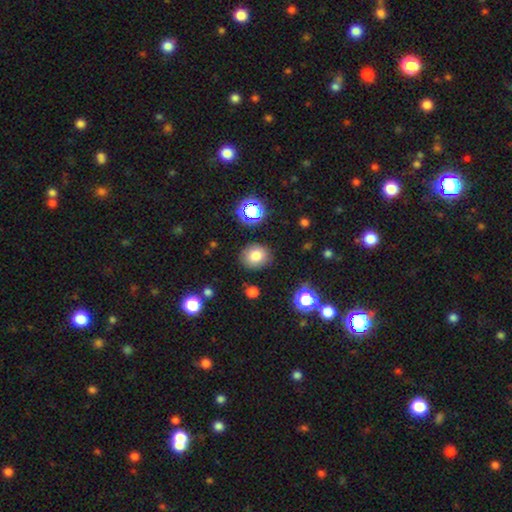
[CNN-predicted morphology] The model was most divided on "how rounded": round: 75%, in between: 24%, cigar-shaped: 1%. More confident: merging — none (85%); smooth or featured — smooth (78%).